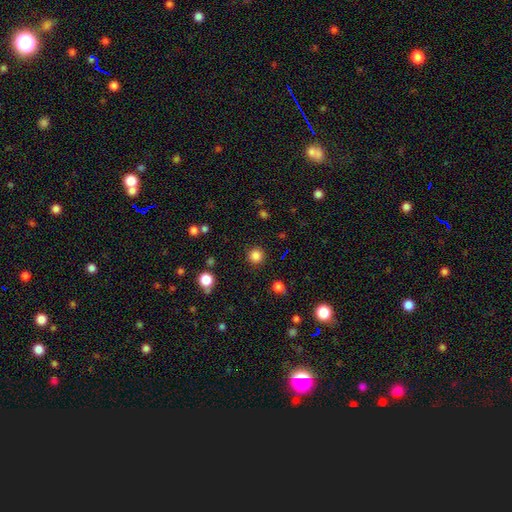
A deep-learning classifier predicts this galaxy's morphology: Q: Smooth or featured?
A: smooth (84%); runner-up: star or artifact (12%)
Q: How rounded?
A: round (94%); runner-up: in between (5%)
Q: Merging?
A: none (90%); runner-up: minor disturbance (6%)